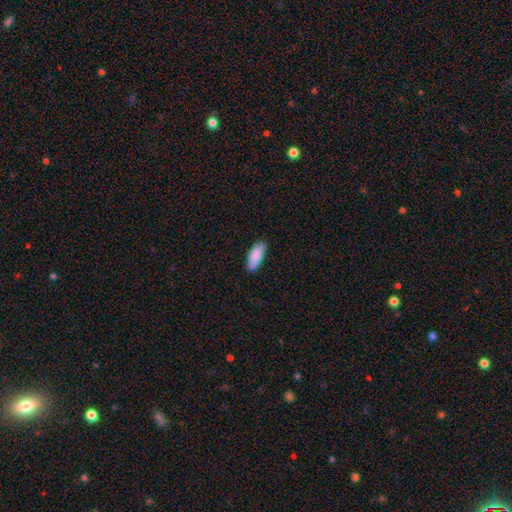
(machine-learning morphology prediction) Smooth or featured: smooth — 88% (featured or disk — 6%)
How rounded: in between — 80% (cigar-shaped — 18%)
Merging: none — 80% (minor disturbance — 17%)